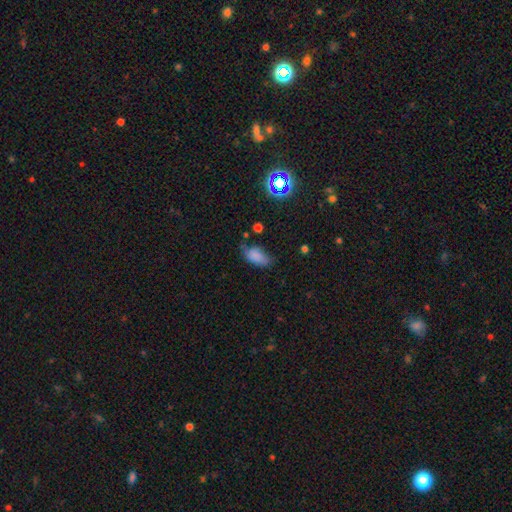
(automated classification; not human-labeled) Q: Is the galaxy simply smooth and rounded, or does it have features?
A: smooth — 80%.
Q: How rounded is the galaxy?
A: in between — 90%.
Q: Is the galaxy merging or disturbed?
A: none — 48%.